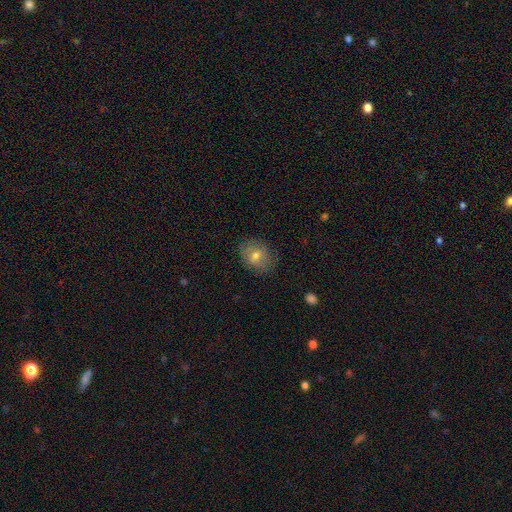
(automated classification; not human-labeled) Morphology: type=smooth (64%); roundness=in between (54%); merging=none (79%).